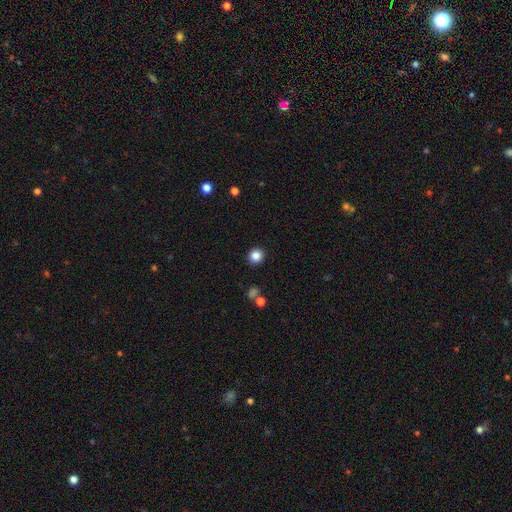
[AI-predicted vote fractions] smooth_or_featured: smooth (p=0.84) [alt: star or artifact p=0.11]
how_rounded: round (p=0.91) [alt: in between p=0.08]
merging: none (p=0.92) [alt: minor disturbance p=0.05]